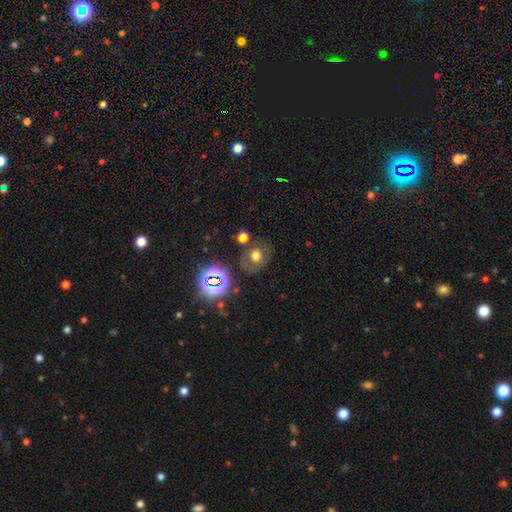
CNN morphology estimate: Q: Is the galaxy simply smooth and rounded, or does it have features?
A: smooth — 58%.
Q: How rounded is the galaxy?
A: round — 60%.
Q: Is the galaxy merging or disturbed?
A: none — 63%.